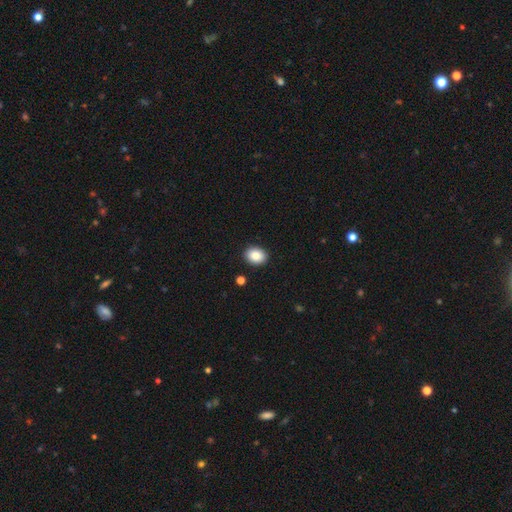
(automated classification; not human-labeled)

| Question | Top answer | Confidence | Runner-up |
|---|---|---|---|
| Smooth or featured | smooth | 87% | star or artifact (8%) |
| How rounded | in between | 57% | round (42%) |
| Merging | none | 90% | minor disturbance (7%) |